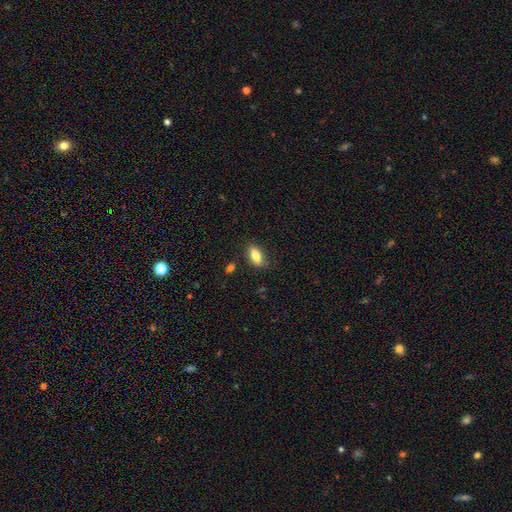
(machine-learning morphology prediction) A smooth galaxy with no disk features (83%) that is in between round and cigar-shaped (85%).

Vote fractions:
- Smooth or featured? smooth: 83% / featured or disk: 10% / star or artifact: 8%
- How rounded? in between: 85% / cigar-shaped: 11% / round: 3%
- Merging? none: 83% / minor disturbance: 12% / major disturbance: 3% / merger: 2%